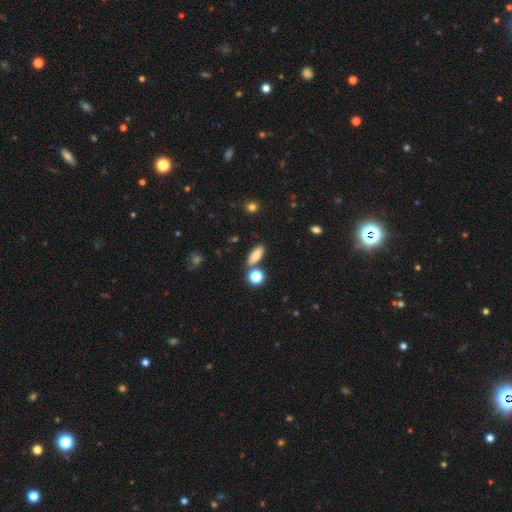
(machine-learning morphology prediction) The model was most divided on "how rounded": in between: 69%, cigar-shaped: 23%, round: 8%. More confident: smooth or featured — smooth (81%); merging — none (74%).